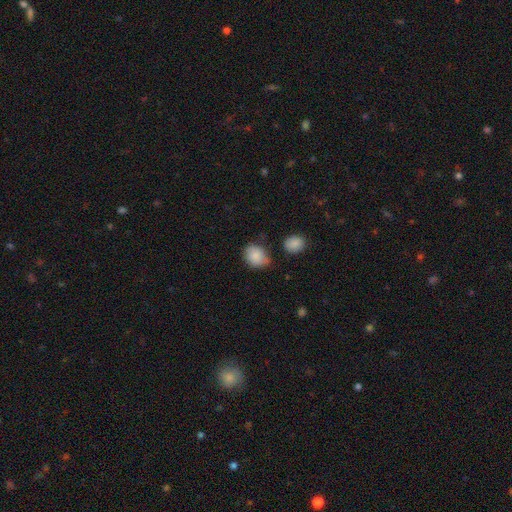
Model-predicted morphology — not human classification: type=smooth (85%); roundness=in between (50%); merging=none (63%).